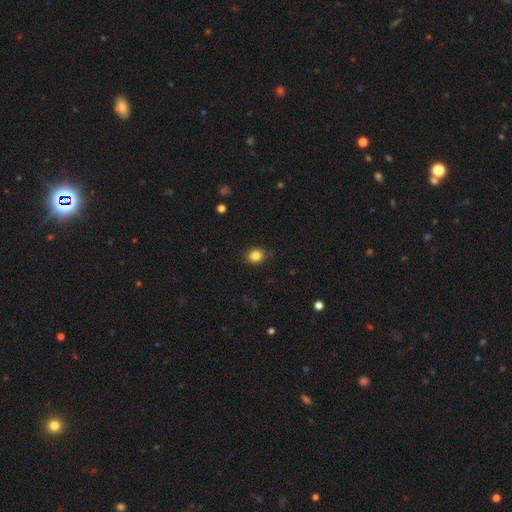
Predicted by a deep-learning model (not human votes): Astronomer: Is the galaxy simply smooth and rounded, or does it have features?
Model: smooth — 84%.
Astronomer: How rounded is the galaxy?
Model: round — 63%.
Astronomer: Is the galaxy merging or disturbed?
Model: none — 88%.